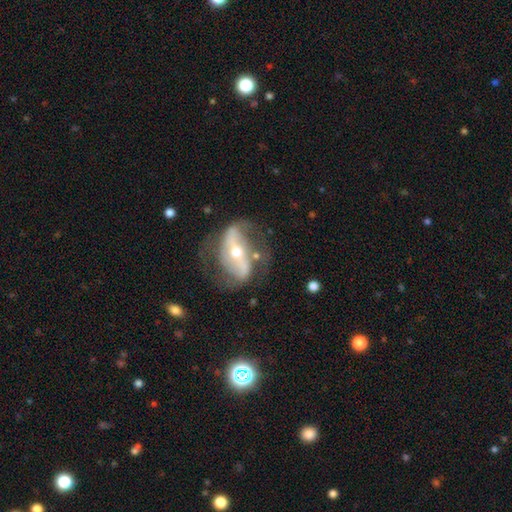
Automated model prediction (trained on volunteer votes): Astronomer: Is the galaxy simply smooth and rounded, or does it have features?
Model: featured or disk — 82%.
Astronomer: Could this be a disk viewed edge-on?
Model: no — 92%.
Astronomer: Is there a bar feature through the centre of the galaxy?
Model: strong — 41% (runner-up: no, 31%).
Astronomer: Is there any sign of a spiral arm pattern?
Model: yes — 87%.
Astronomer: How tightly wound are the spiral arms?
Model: medium — 38% (runner-up: loose, 37%).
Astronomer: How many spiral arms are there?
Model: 2 — 70%.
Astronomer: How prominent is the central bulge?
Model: small — 48% (runner-up: moderate, 47%).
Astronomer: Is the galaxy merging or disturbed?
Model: none — 56%.